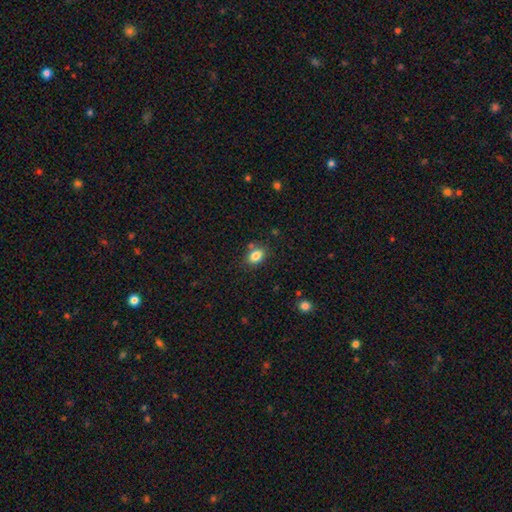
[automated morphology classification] type=smooth (84%); roundness=in between (80%); merging=none (77%).